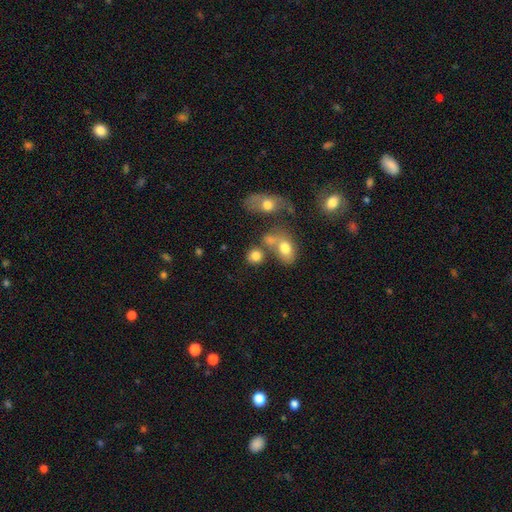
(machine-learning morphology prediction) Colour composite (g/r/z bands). It shows a smooth galaxy with no disk features (78%) that is round (71%). Merging: none (54%).